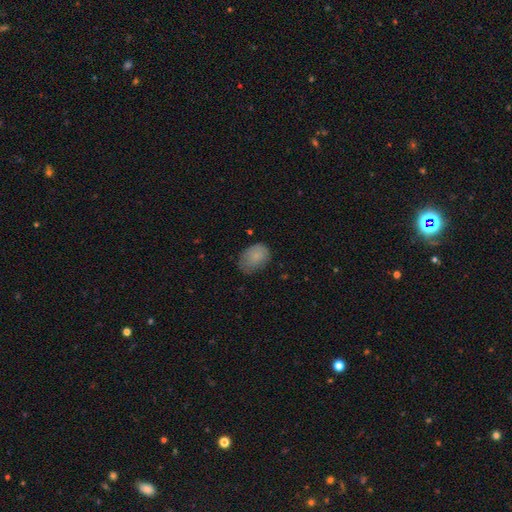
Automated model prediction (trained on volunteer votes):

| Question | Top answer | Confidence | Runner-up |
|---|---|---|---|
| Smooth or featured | smooth | 81% | featured or disk (11%) |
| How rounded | in between | 78% | round (21%) |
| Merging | none | 57% | minor disturbance (33%) |